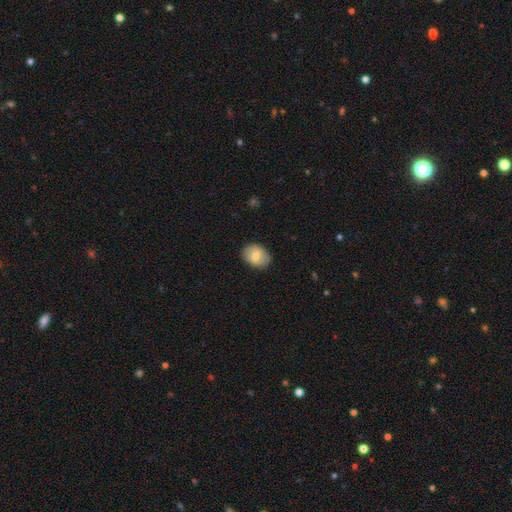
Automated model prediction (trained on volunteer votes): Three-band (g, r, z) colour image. It shows a smooth galaxy with no disk features (71%) that is in between round and cigar-shaped (71%). Merging: none (86%).